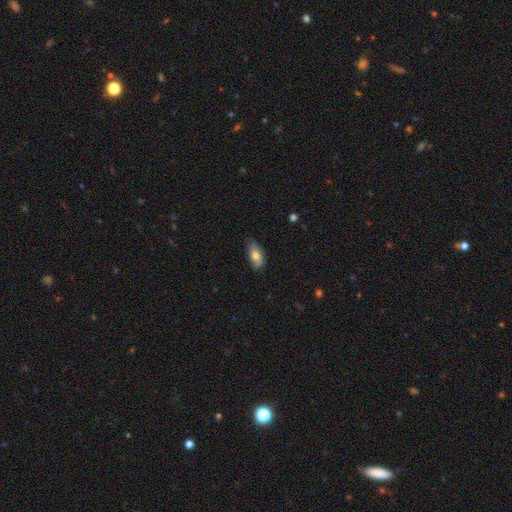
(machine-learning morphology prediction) smooth-or-featured: smooth: 76% | featured or disk: 17% | star or artifact: 7%
  how-rounded: in between: 86% | cigar-shaped: 11% | round: 3%
  merging: none: 72% | minor disturbance: 23% | major disturbance: 3% | merger: 1%